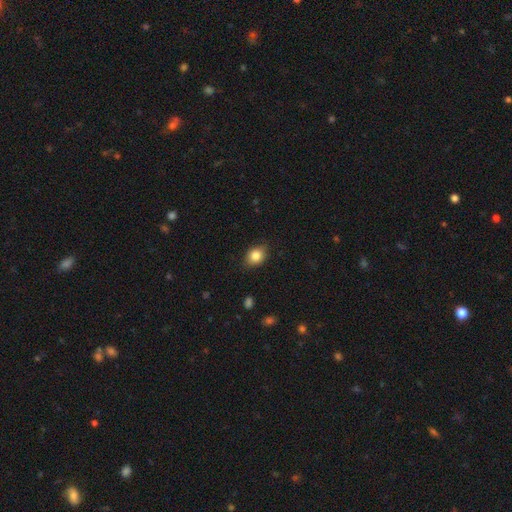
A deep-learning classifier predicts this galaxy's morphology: Q: Smooth or featured?
A: smooth (83%); runner-up: star or artifact (9%)
Q: How rounded?
A: in between (58%); runner-up: round (41%)
Q: Merging?
A: none (82%); runner-up: minor disturbance (14%)